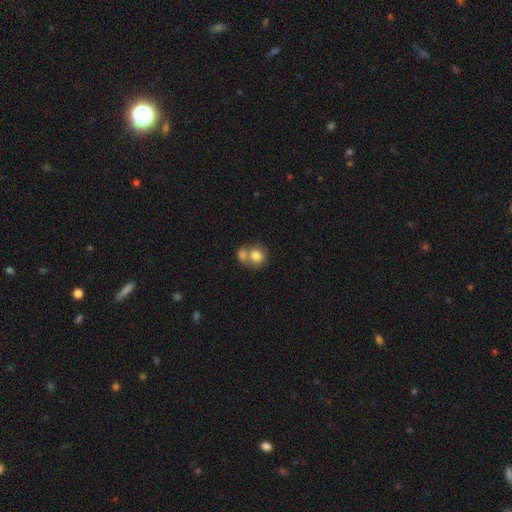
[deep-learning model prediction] Smooth or featured? smooth (77%)
How rounded? round (68%)
Merging? merger (59%)